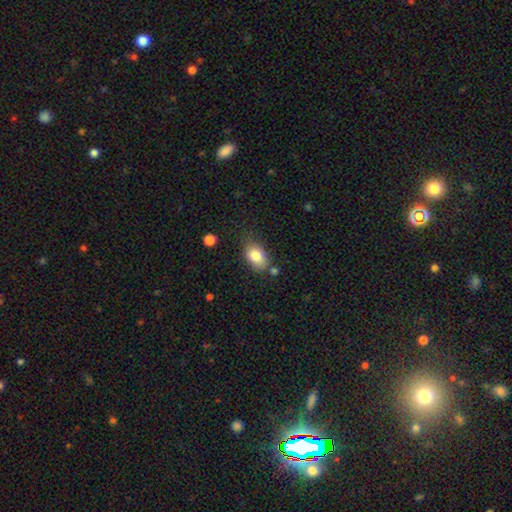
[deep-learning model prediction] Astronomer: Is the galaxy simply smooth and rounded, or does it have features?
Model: smooth — 83%.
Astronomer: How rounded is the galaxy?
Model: in between — 84%.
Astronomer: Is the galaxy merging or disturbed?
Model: none — 64%.